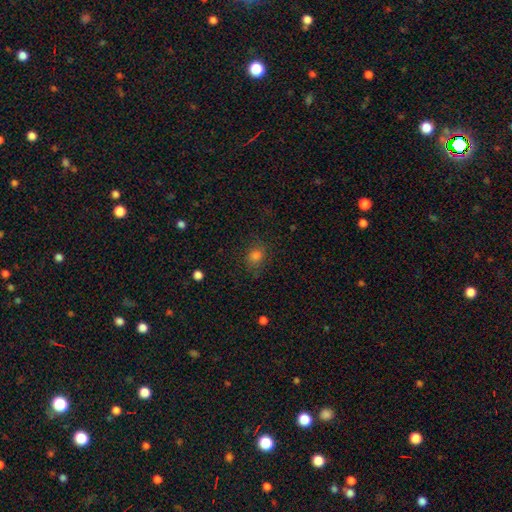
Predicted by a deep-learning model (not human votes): Overall: smooth (74%). How rounded: round (63%; in between 36%). Merging: none (78%).